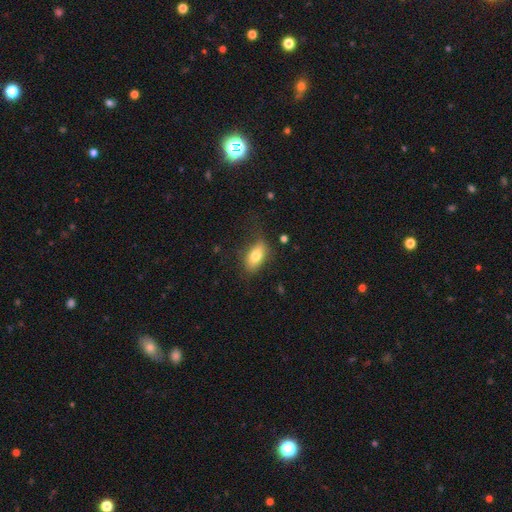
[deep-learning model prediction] Overall: smooth (76%). How rounded: in between (88%). Merging: none (64%).